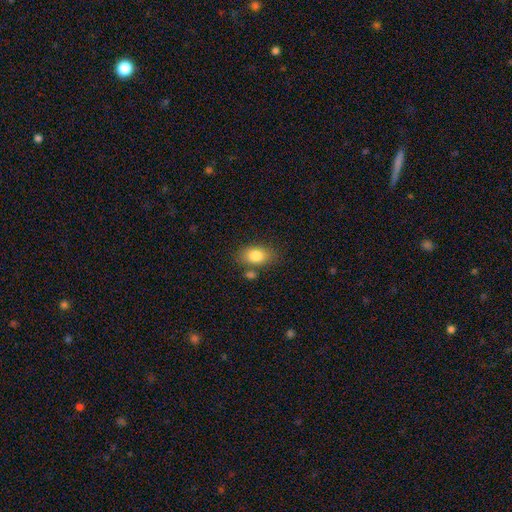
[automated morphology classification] smooth_or_featured: smooth (p=0.83) [alt: featured or disk p=0.09]
how_rounded: in between (p=0.84) [alt: round p=0.14]
merging: none (p=0.74) [alt: minor disturbance p=0.14]